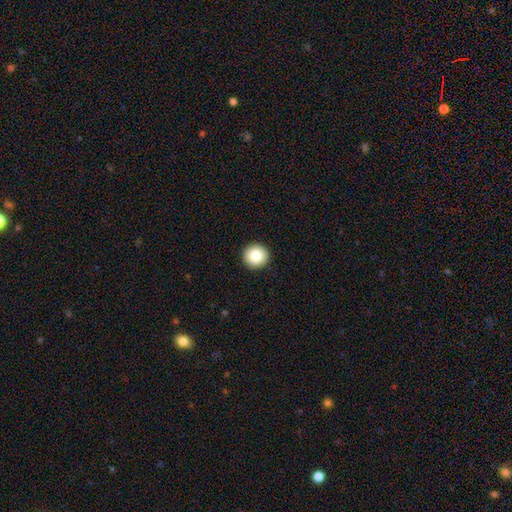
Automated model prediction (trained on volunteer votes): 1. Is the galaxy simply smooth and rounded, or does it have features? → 83% smooth, 9% star or artifact, 8% featured or disk.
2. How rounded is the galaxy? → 94% round, 5% in between, 1% cigar-shaped.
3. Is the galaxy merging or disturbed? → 93% none, 4% minor disturbance, 1% major disturbance, 1% merger.